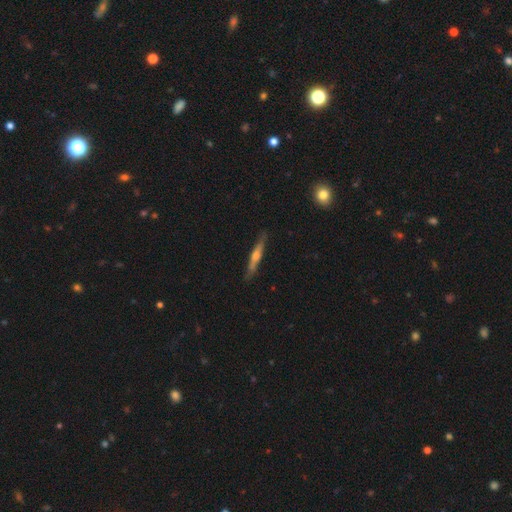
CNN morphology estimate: A featured or disk galaxy (65%) viewed edge-on (96%) with a rounded central bulge (77%). Merging: none (87%).